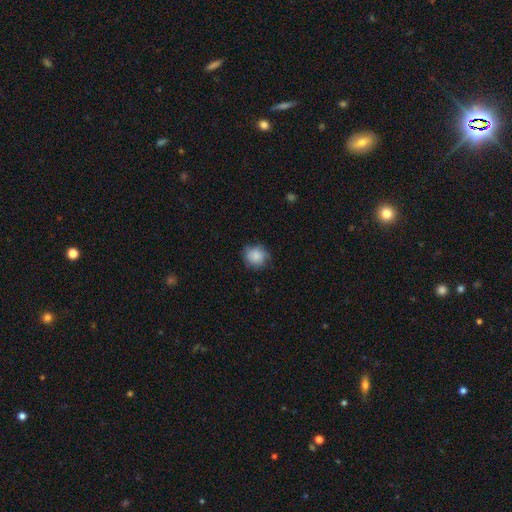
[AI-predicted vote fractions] smooth_or_featured: smooth (p=0.84) [alt: featured or disk p=0.08]
how_rounded: round (p=0.79) [alt: in between p=0.20]
merging: none (p=0.73) [alt: minor disturbance p=0.21]